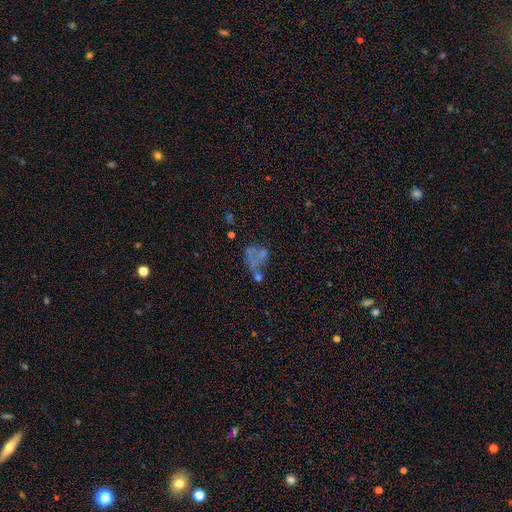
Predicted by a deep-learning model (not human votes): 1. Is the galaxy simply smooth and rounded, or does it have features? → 40% smooth, 37% featured or disk, 23% star or artifact.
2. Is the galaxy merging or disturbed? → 31% none, 27% major disturbance, 27% merger, 15% minor disturbance.